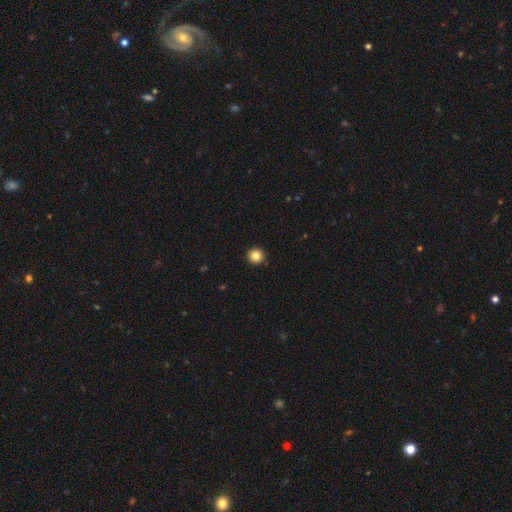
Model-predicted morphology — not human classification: Smooth or featured?
  - smooth: 84% *
  - star or artifact: 11%
  - featured or disk: 5%
How rounded?
  - round: 96% *
  - in between: 3%
  - cigar-shaped: 1%
Merging?
  - none: 94% *
  - minor disturbance: 4%
  - major disturbance: 1%
  - merger: 1%